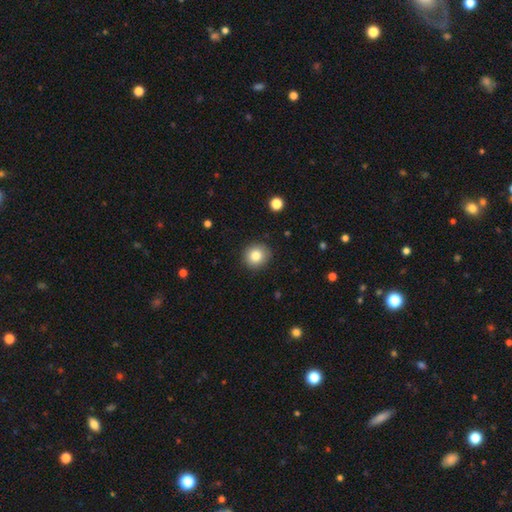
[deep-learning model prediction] smooth_or_featured: smooth (p=0.82) [alt: star or artifact p=0.10]
how_rounded: round (p=0.90) [alt: in between p=0.09]
merging: none (p=0.90) [alt: minor disturbance p=0.07]